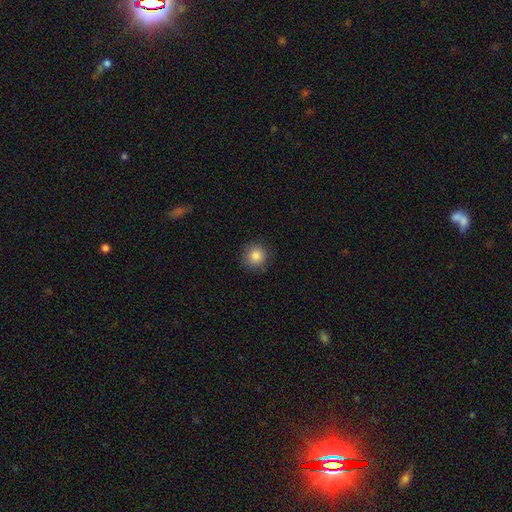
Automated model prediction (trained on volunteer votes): smooth-or-featured: smooth: 85% | star or artifact: 10% | featured or disk: 5%
  how-rounded: round: 93% | in between: 7% | cigar-shaped: 1%
  merging: none: 88% | minor disturbance: 8% | major disturbance: 2% | merger: 1%